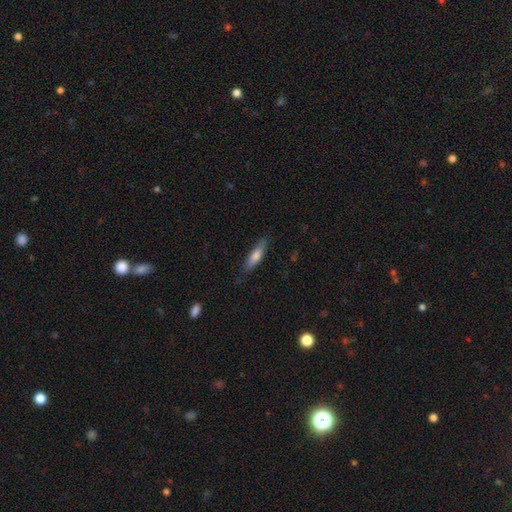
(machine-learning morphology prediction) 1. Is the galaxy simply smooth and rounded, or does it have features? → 66% smooth, 28% featured or disk, 6% star or artifact.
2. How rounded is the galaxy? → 72% cigar-shaped, 26% in between, 2% round.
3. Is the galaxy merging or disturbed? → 80% none, 16% minor disturbance, 3% major disturbance, 1% merger.